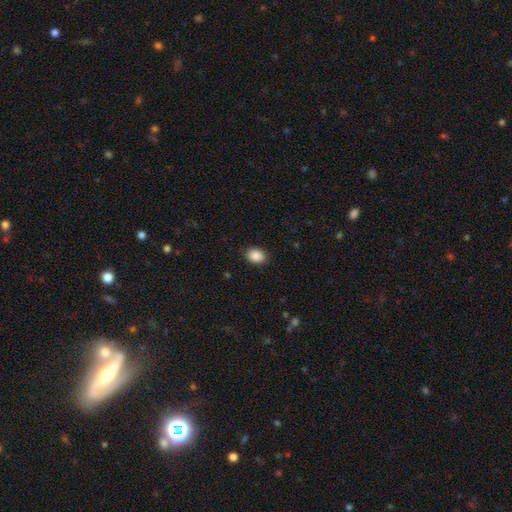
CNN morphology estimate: This appears to be a smooth galaxy with no disk features (89%) that is in between round and cigar-shaped (69%). Merging: none (88%).